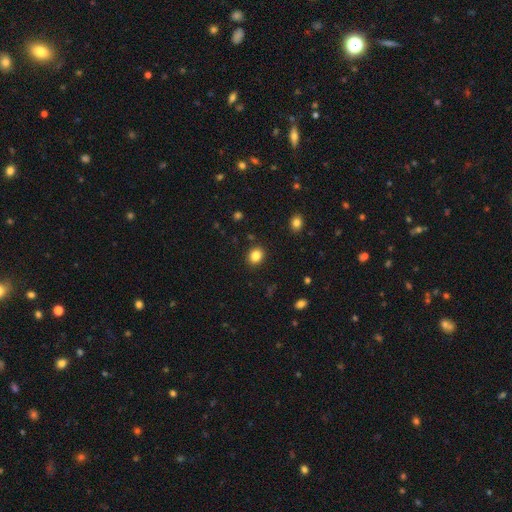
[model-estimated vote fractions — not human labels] A smooth galaxy with no disk features (85%) that is round (61%).

Vote fractions:
- Smooth or featured? smooth: 85% / star or artifact: 10% / featured or disk: 5%
- How rounded? round: 61% / in between: 38% / cigar-shaped: 1%
- Merging? none: 90% / minor disturbance: 7% / major disturbance: 2% / merger: 1%